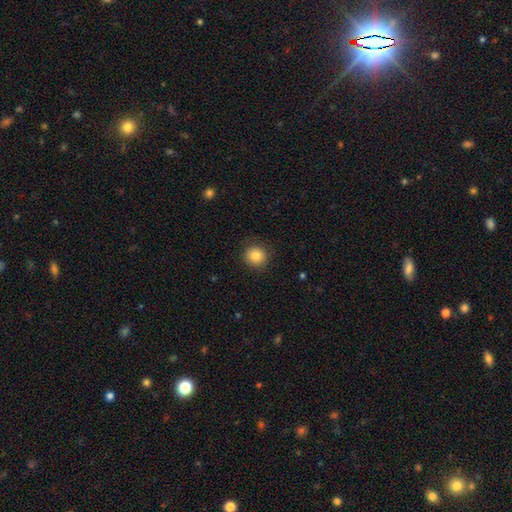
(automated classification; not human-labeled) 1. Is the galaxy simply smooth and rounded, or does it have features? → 83% smooth, 10% star or artifact, 7% featured or disk.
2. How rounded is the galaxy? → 90% round, 9% in between, 1% cigar-shaped.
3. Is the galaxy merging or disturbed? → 86% none, 10% minor disturbance, 3% major disturbance, 1% merger.